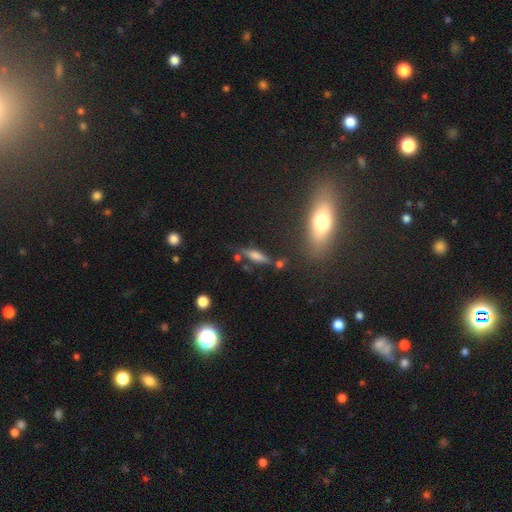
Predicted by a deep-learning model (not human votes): This appears to be a smooth galaxy with no disk features (51%) that is cigar-shaped (67%). Merging: none (70%).